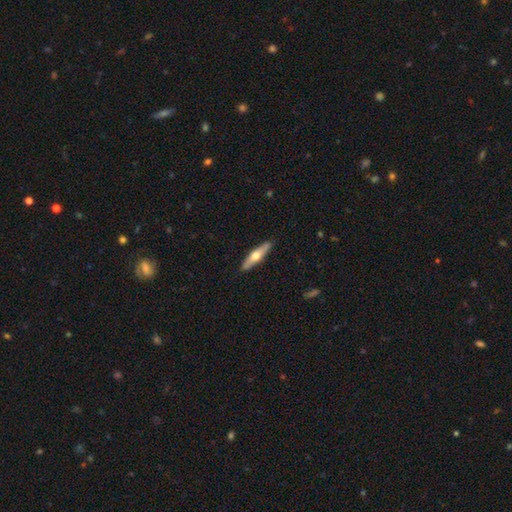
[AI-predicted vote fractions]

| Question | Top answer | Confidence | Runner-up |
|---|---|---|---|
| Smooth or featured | featured or disk | 50% | smooth (45%) |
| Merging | none | 89% | minor disturbance (8%) |